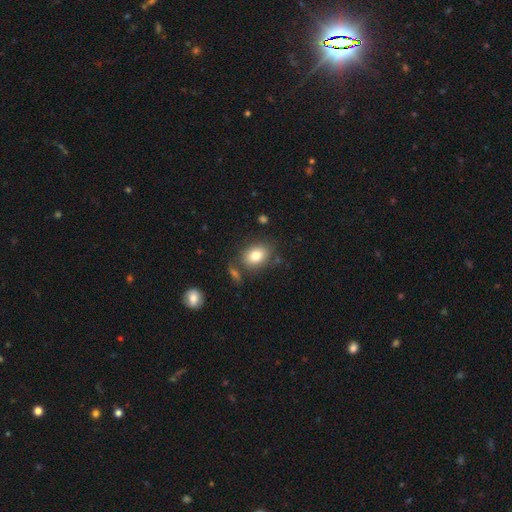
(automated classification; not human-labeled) Smooth or featured? smooth (81%)
How rounded? in between (66%)
Merging? none (75%)